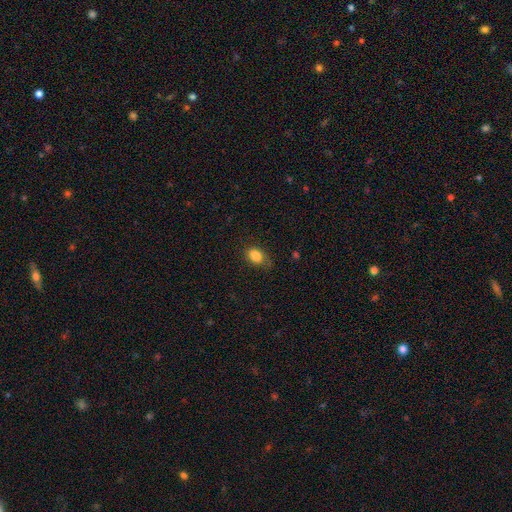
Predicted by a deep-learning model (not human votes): Smooth or featured?
  - smooth: 84% *
  - star or artifact: 9%
  - featured or disk: 7%
How rounded?
  - in between: 70% *
  - round: 29%
  - cigar-shaped: 1%
Merging?
  - none: 68% *
  - minor disturbance: 24%
  - major disturbance: 7%
  - merger: 1%